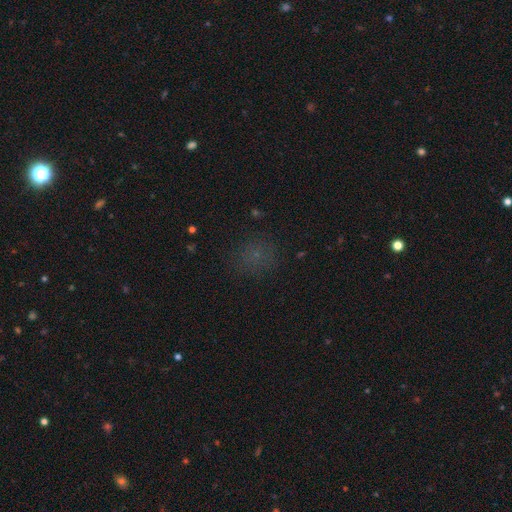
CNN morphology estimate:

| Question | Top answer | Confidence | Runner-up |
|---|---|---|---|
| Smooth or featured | smooth | 57% | star or artifact (33%) |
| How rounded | round | 80% | in between (19%) |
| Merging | none | 80% | minor disturbance (12%) |